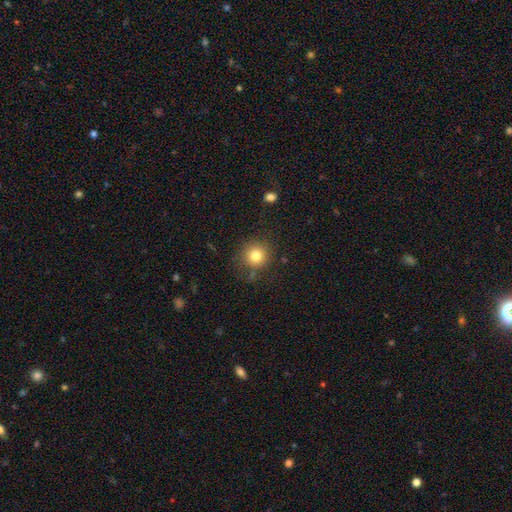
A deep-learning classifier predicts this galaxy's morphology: Smooth or featured? smooth (80%)
How rounded? round (93%)
Merging? none (83%)